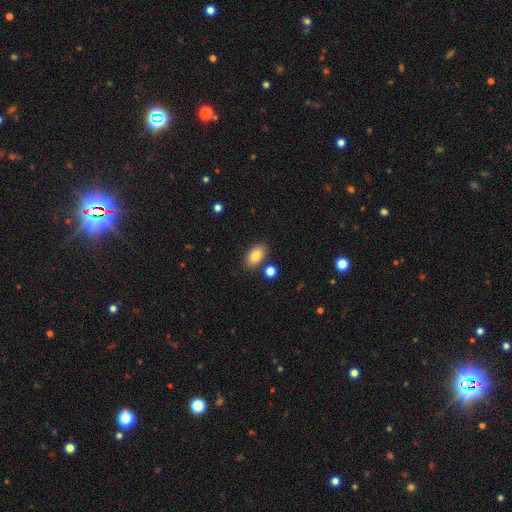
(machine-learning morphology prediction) Smooth or featured? Predicted: smooth (p=0.84). How rounded? Predicted: in between (p=0.91). Merging? Predicted: none (p=0.81).